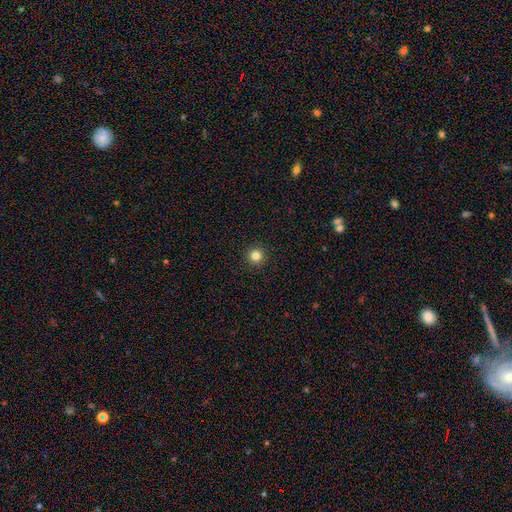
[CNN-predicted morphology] smooth-or-featured: smooth: 82% | star or artifact: 13% | featured or disk: 5%
  how-rounded: round: 96% | in between: 3% | cigar-shaped: 1%
  merging: none: 93% | minor disturbance: 4% | major disturbance: 2% | merger: 1%